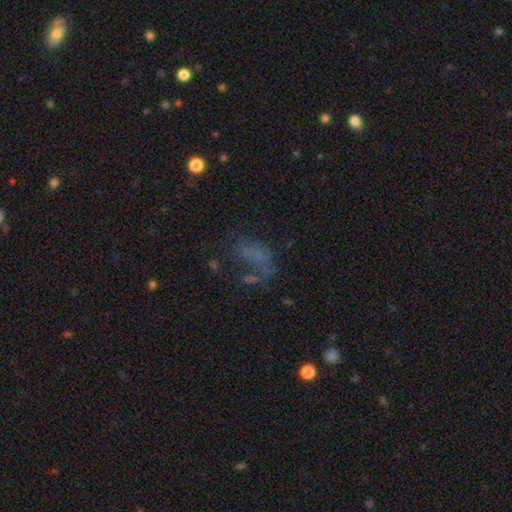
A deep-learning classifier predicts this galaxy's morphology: smooth_or_featured: smooth (p=0.42) [alt: featured or disk p=0.30]
merging: major disturbance (p=0.37) [alt: none p=0.36]